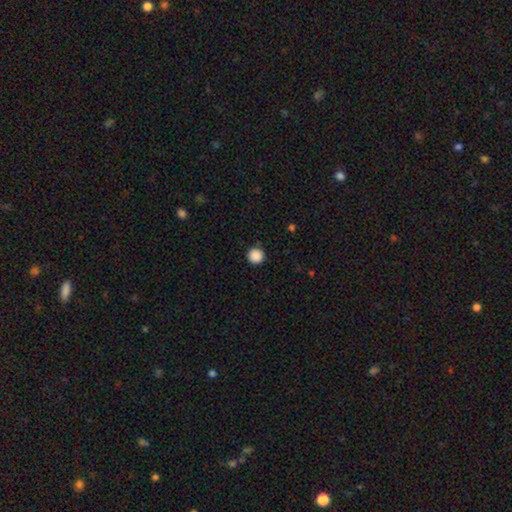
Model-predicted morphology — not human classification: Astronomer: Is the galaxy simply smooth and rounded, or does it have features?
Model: smooth — 88%.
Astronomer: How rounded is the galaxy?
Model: round — 95%.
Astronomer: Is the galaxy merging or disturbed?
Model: none — 92%.